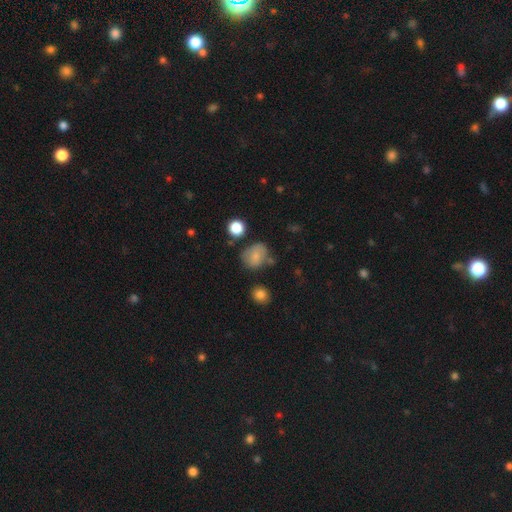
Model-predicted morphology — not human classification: smooth-or-featured: smooth: 75% | featured or disk: 14% | star or artifact: 11%
  how-rounded: round: 55% | in between: 44% | cigar-shaped: 1%
  merging: none: 57% | minor disturbance: 25% | major disturbance: 9% | merger: 8%